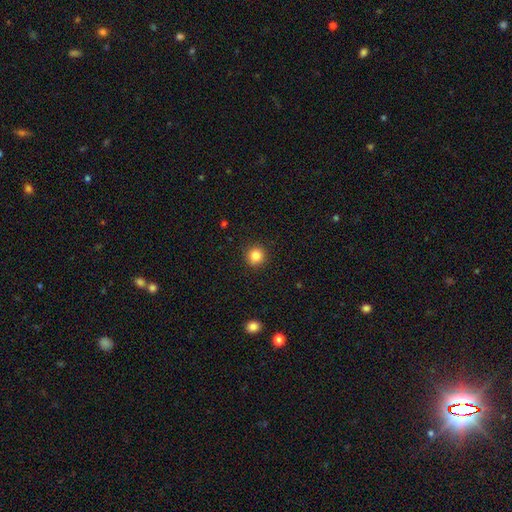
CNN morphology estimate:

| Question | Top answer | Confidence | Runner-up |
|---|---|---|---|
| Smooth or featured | smooth | 85% | star or artifact (11%) |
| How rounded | round | 93% | in between (6%) |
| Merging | none | 91% | minor disturbance (6%) |